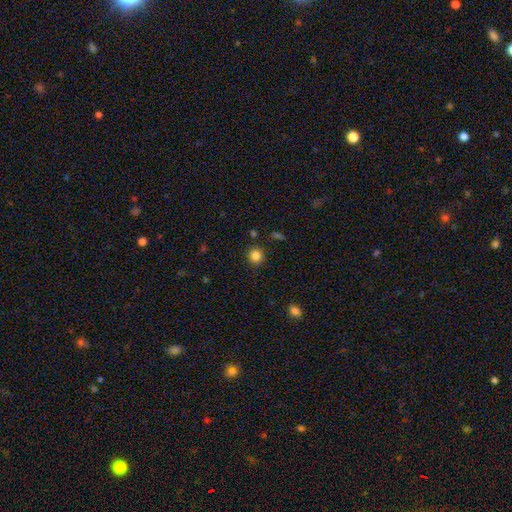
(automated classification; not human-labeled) This is clearly a smooth galaxy (84%). How rounded: clearly round (91%). Merging: clearly none (89%).